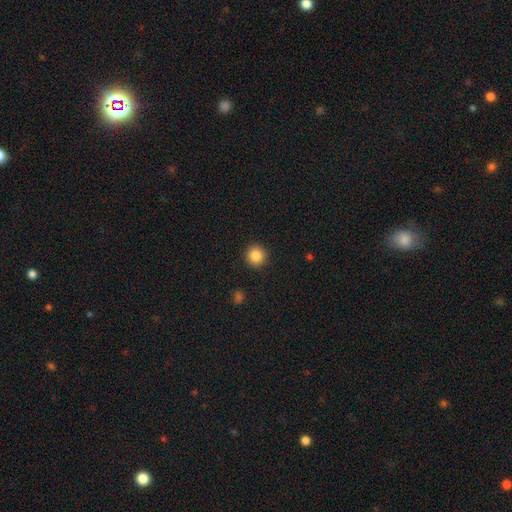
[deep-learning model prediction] Q: Smooth or featured?
A: smooth (86%); runner-up: star or artifact (10%)
Q: How rounded?
A: round (95%); runner-up: in between (4%)
Q: Merging?
A: none (92%); runner-up: minor disturbance (5%)